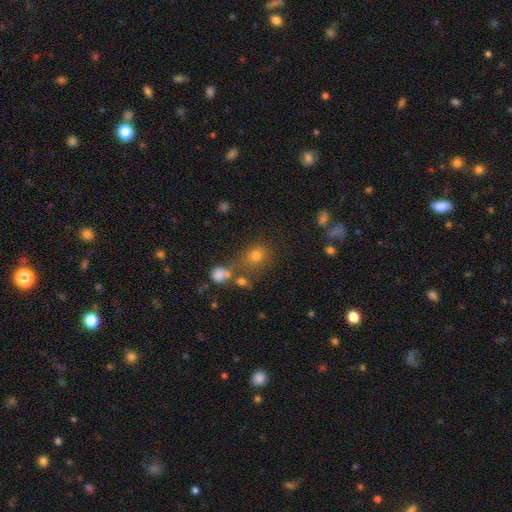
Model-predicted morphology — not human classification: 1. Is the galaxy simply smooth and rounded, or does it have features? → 71% smooth, 19% star or artifact, 9% featured or disk.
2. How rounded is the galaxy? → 71% round, 27% in between, 1% cigar-shaped.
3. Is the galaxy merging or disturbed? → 67% none, 14% merger, 13% minor disturbance, 6% major disturbance.